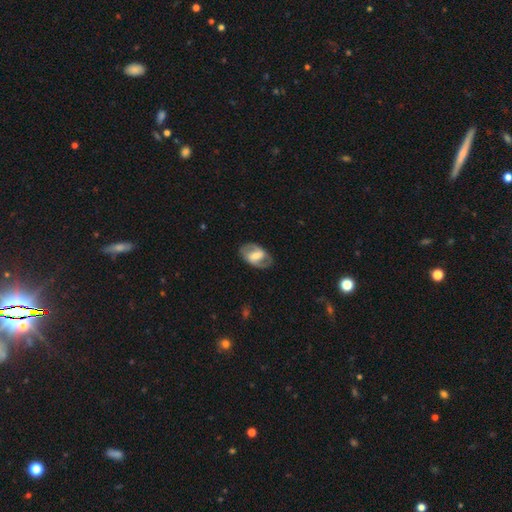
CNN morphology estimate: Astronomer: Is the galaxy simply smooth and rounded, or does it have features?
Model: featured or disk — 70%.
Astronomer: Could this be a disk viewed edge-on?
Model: no — 95%.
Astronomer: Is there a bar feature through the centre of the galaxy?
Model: strong — 42% (runner-up: weak, 41%).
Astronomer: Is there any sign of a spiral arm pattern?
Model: yes — 74%.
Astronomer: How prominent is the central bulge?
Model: moderate — 53% (runner-up: small, 32%).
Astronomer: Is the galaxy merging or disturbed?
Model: none — 79%.